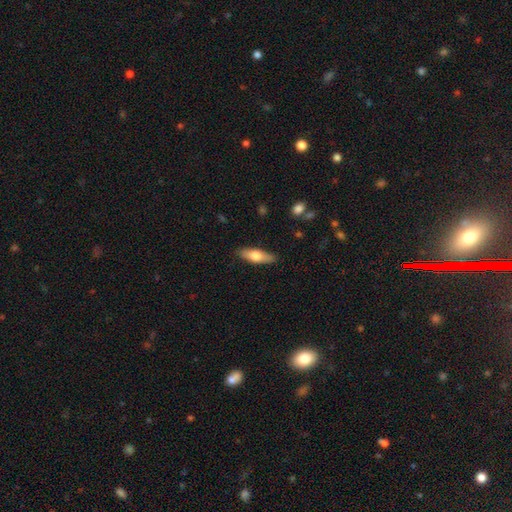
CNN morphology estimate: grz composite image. It shows a smooth galaxy with no disk features (64%) that is in between round and cigar-shaped (50%). Merging: none (87%).